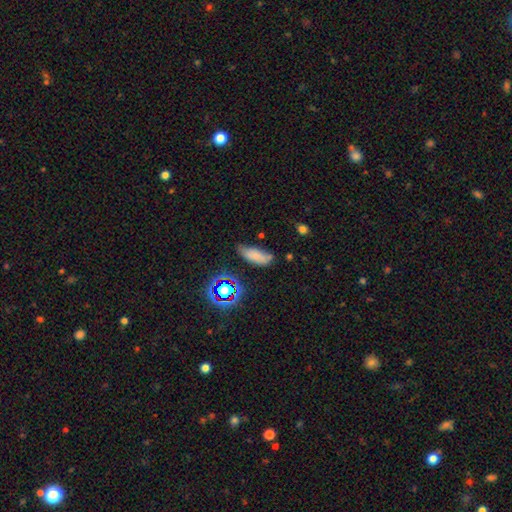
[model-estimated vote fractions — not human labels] smooth_or_featured: smooth (p=0.71) [alt: star or artifact p=0.15]
how_rounded: in between (p=0.73) [alt: cigar-shaped p=0.23]
merging: none (p=0.54) [alt: minor disturbance p=0.31]